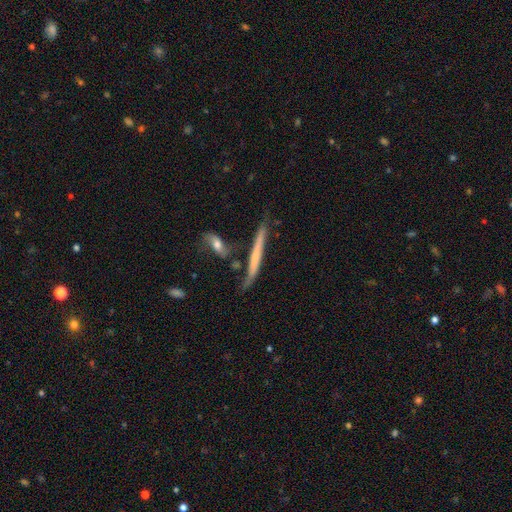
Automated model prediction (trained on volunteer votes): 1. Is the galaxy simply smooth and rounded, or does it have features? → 51% featured or disk, 42% smooth, 7% star or artifact.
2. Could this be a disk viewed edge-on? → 90% yes, 10% no.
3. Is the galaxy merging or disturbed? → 64% none, 19% minor disturbance, 12% merger, 6% major disturbance.